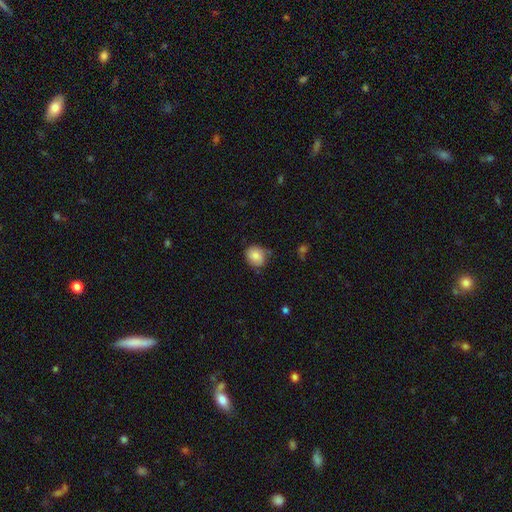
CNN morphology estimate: smooth_or_featured: smooth (p=0.80) [alt: featured or disk p=0.12]
how_rounded: round (p=0.71) [alt: in between p=0.29]
merging: none (p=0.69) [alt: minor disturbance p=0.24]